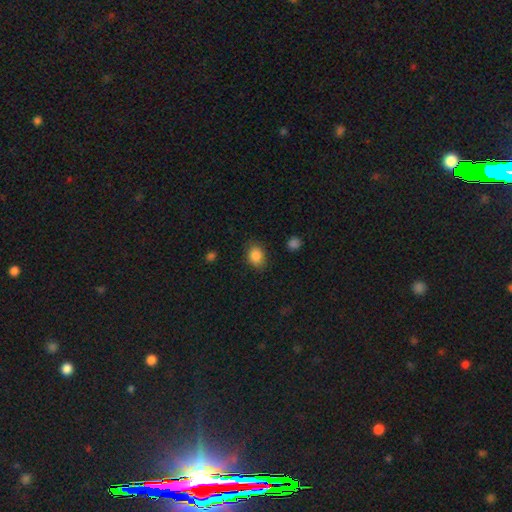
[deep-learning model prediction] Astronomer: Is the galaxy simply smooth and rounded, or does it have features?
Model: smooth — 86%.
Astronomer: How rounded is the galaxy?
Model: in between — 55% (runner-up: round, 44%).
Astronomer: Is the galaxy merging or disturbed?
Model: none — 80%.